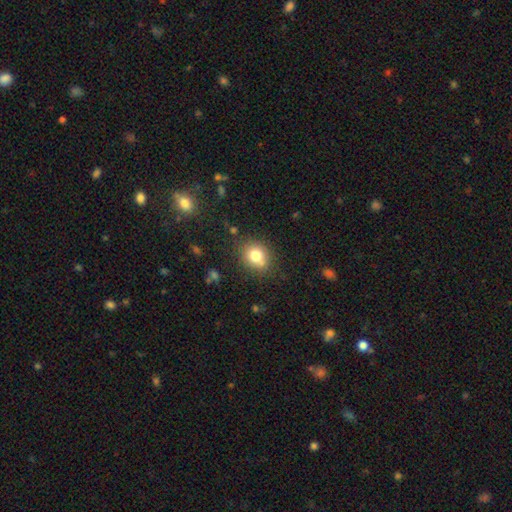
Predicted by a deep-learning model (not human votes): A smooth galaxy with no disk features (78%) that is round (65%). Merging: none (72%).